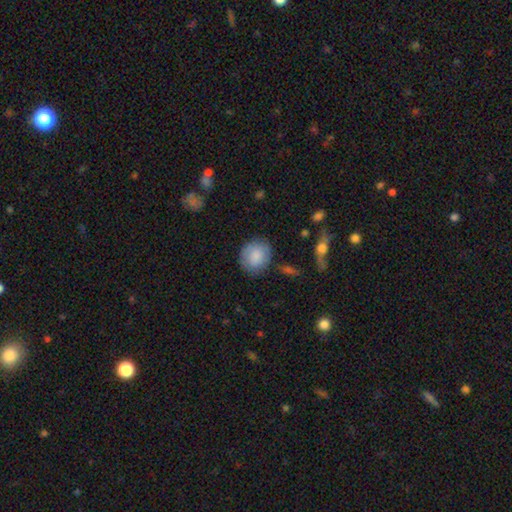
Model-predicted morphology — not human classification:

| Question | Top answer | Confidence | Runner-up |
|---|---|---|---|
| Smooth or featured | smooth | 84% | featured or disk (10%) |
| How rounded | round | 74% | in between (24%) |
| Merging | none | 79% | minor disturbance (15%) |